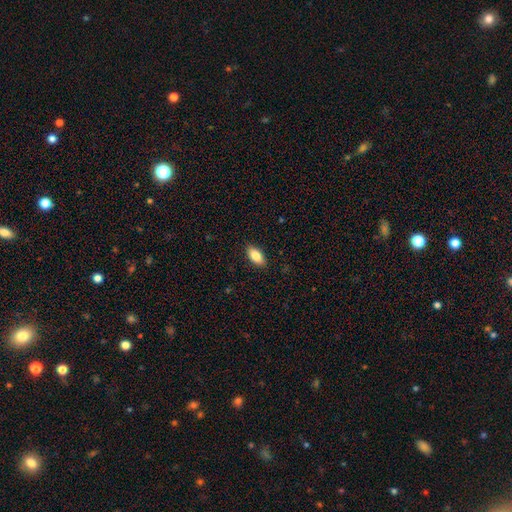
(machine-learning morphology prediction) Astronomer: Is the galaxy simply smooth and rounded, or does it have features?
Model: smooth — 83%.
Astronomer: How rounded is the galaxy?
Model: in between — 88%.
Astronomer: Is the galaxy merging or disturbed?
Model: none — 89%.